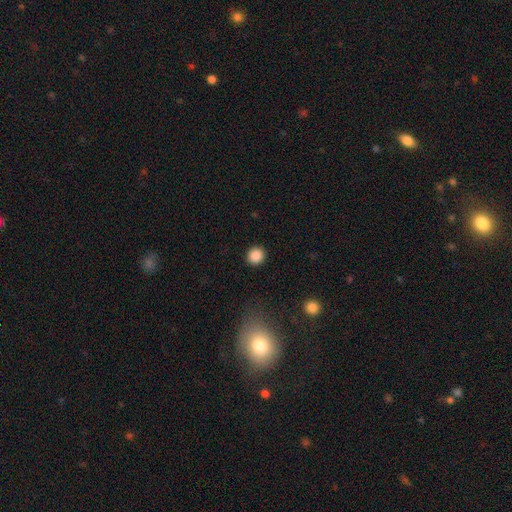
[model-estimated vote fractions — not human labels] smooth-or-featured: smooth: 87% | star or artifact: 10% | featured or disk: 3%
  how-rounded: round: 90% | in between: 9% | cigar-shaped: 1%
  merging: none: 91% | minor disturbance: 5% | major disturbance: 2% | merger: 1%